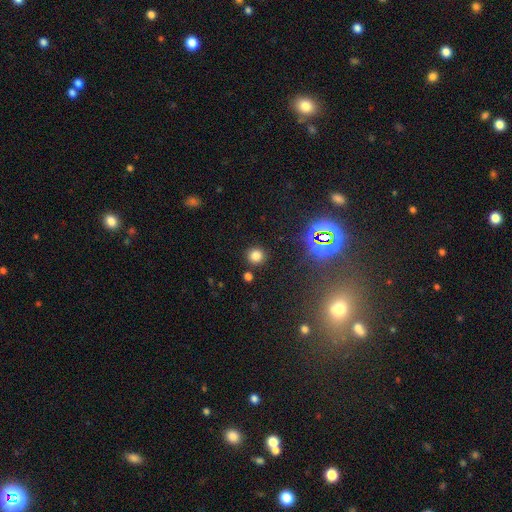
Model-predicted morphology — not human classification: smooth-or-featured: smooth: 75% | star or artifact: 19% | featured or disk: 6%
  how-rounded: round: 91% | in between: 8% | cigar-shaped: 1%
  merging: none: 87% | minor disturbance: 6% | merger: 4% | major disturbance: 3%